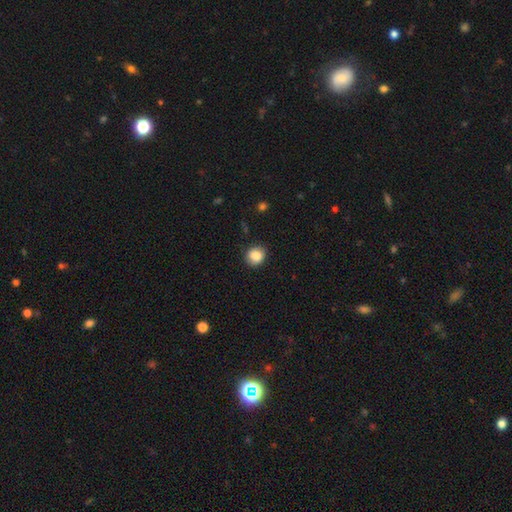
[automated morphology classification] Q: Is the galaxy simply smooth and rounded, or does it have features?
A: smooth — 85%.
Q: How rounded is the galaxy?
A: round — 79%.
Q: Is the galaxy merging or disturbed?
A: none — 84%.